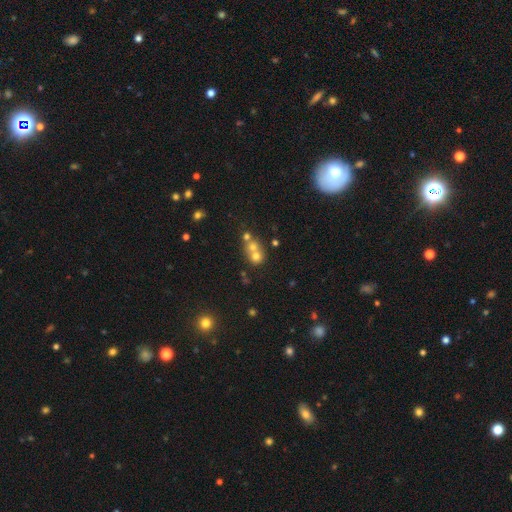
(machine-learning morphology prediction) Overall: smooth (63%). How rounded: round (79%). Merging: merger (59%; none 32%).